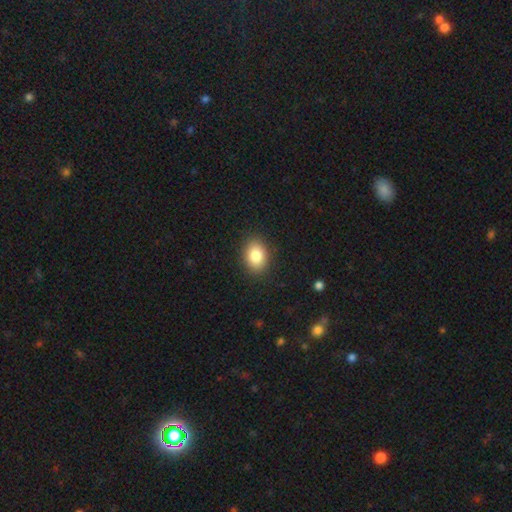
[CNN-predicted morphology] Smooth or featured: smooth — 84% (star or artifact — 8%)
How rounded: in between — 72% (round — 27%)
Merging: none — 88% (minor disturbance — 8%)